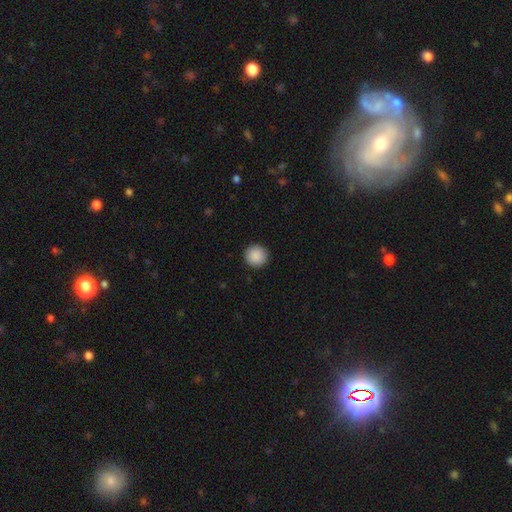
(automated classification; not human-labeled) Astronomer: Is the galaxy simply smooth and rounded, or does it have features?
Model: smooth — 90%.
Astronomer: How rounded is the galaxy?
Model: round — 95%.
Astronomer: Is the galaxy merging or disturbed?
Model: none — 92%.